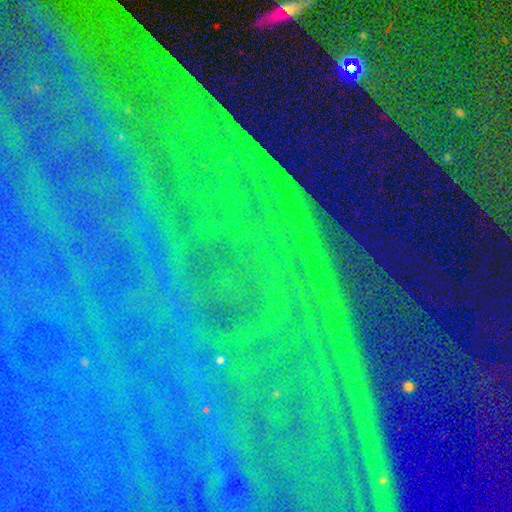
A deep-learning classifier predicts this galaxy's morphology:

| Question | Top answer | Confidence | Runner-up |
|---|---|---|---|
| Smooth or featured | star or artifact | 88% | featured or disk (7%) |